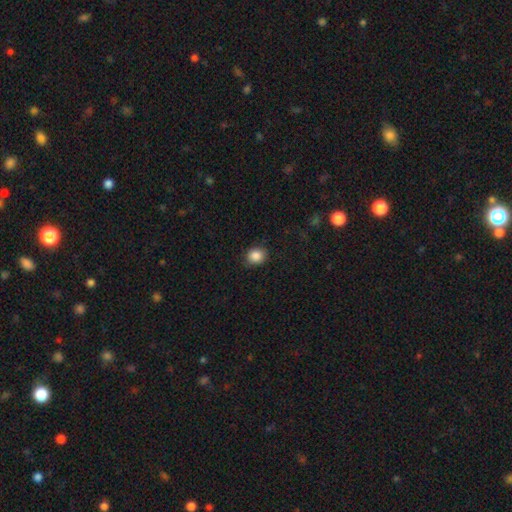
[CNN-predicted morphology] type=smooth (87%); roundness=round (70%); merging=none (86%).